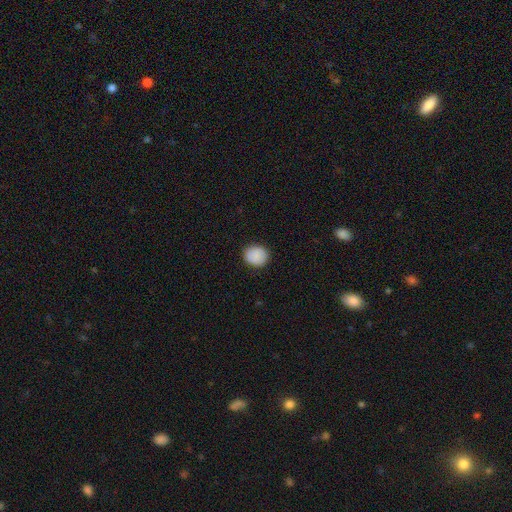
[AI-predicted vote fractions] Smooth or featured?
  - smooth: 87% *
  - star or artifact: 7%
  - featured or disk: 6%
How rounded?
  - round: 79% *
  - in between: 20%
  - cigar-shaped: 1%
Merging?
  - none: 89% *
  - minor disturbance: 8%
  - major disturbance: 2%
  - merger: 1%